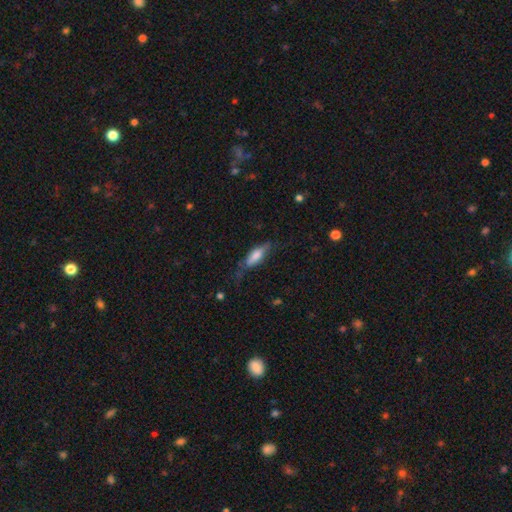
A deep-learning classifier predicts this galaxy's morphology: type=smooth (62%); roundness=in between (53%); merging=none (56%).